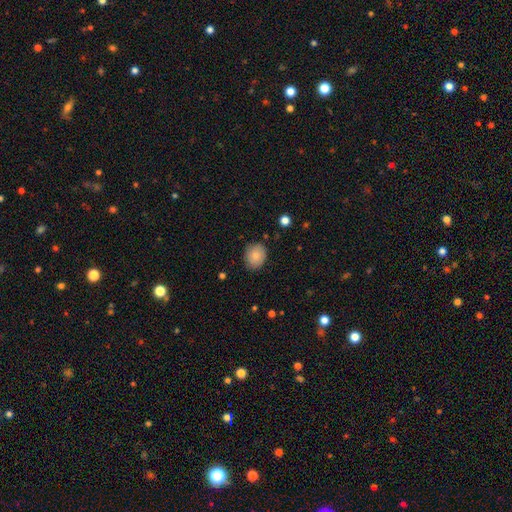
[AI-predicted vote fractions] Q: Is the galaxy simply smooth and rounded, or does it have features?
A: smooth — 81%.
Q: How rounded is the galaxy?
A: round — 60%.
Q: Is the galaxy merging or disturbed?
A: none — 82%.